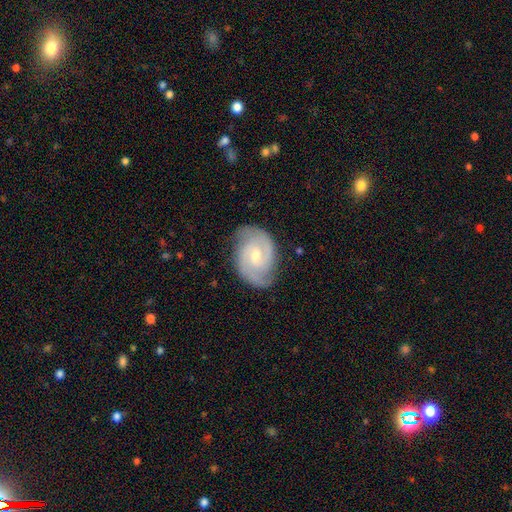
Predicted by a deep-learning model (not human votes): Smooth or featured?
  - featured or disk: 85% *
  - smooth: 10%
  - star or artifact: 5%
Edge-on disk?
  - no: 97% *
  - yes: 3%
Bar?
  - weak: 48% *
  - no: 44%
  - strong: 8%
Spiral arms?
  - yes: 97% *
  - no: 3%
Spiral winding?
  - medium: 45% * (tied)
  - tight: 45% * (tied)
  - loose: 10%
Spiral arm count?
  - 2: 81% *
  - 3: 7%
  - can't tell: 7%
  - 1: 2%
  - 4: 2%
  - more than 4: 1%
Bulge size?
  - small: 49% *
  - moderate: 48%
  - large: 1%
  - none: 1%
  - dominant: 1%
Merging?
  - none: 78% *
  - minor disturbance: 17%
  - major disturbance: 4%
  - merger: 1%